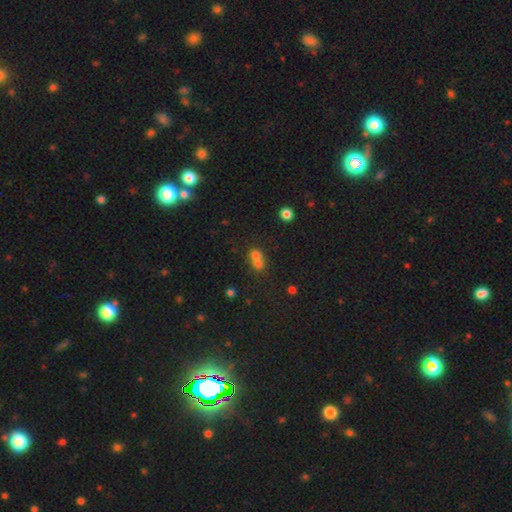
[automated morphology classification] Smooth or featured: smooth — 69% (star or artifact — 17%)
How rounded: round — 73% (in between — 26%)
Merging: merger — 63% (none — 28%)